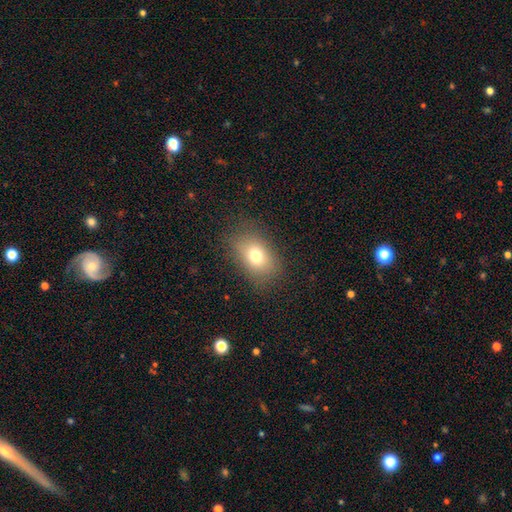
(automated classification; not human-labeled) Smooth or featured?
  - smooth: 74% *
  - featured or disk: 13%
  - star or artifact: 13%
How rounded?
  - in between: 77% *
  - round: 22%
  - cigar-shaped: 2%
Merging?
  - none: 81% *
  - minor disturbance: 12%
  - major disturbance: 5%
  - merger: 1%